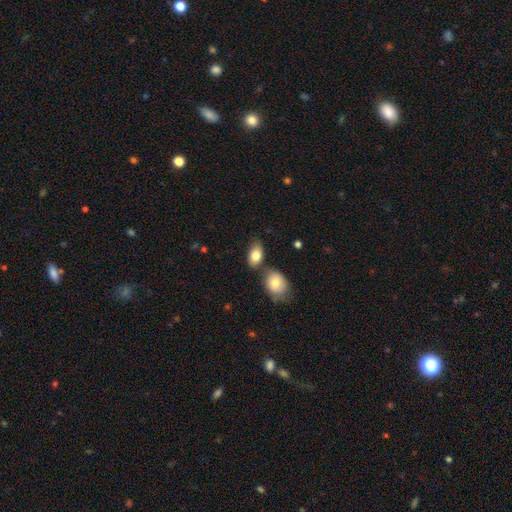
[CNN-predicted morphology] smooth-or-featured: smooth: 81% | featured or disk: 11% | star or artifact: 7%
  how-rounded: in between: 89% | round: 9% | cigar-shaped: 2%
  merging: none: 58% | merger: 24% | minor disturbance: 14% | major disturbance: 4%